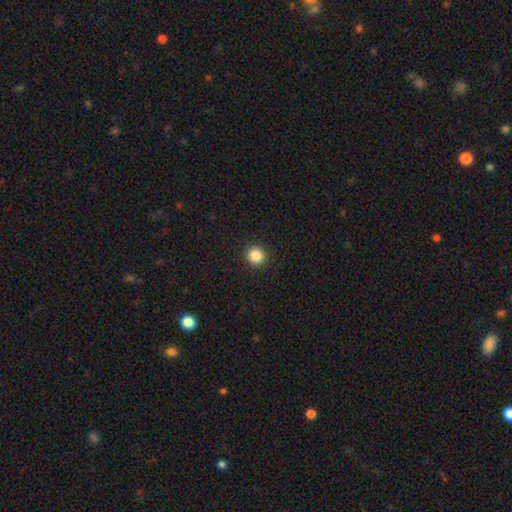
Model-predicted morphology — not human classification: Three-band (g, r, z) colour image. It shows a smooth galaxy with no disk features (84%) that is round (93%). Merging: none (92%).